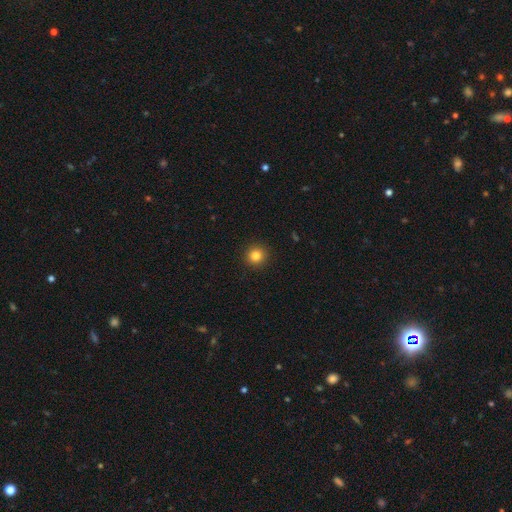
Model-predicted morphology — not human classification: Smooth or featured? smooth (83%)
How rounded? round (95%)
Merging? none (93%)